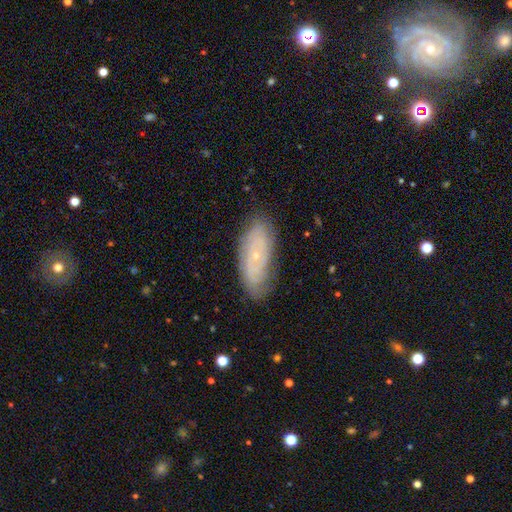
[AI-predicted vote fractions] smooth_or_featured: featured or disk (p=0.58) [alt: smooth p=0.33]
disk_edge_on: no (p=0.85) [alt: yes p=0.15]
merging: none (p=0.78) [alt: minor disturbance p=0.17]